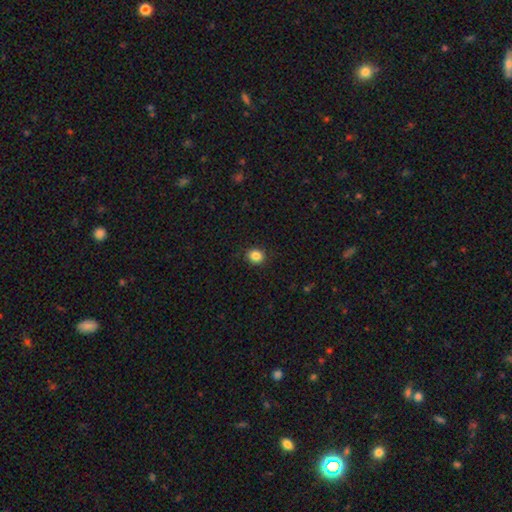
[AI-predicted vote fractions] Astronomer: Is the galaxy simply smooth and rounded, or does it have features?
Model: smooth — 85%.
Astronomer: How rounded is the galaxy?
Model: round — 76%.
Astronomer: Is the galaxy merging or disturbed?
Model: none — 90%.